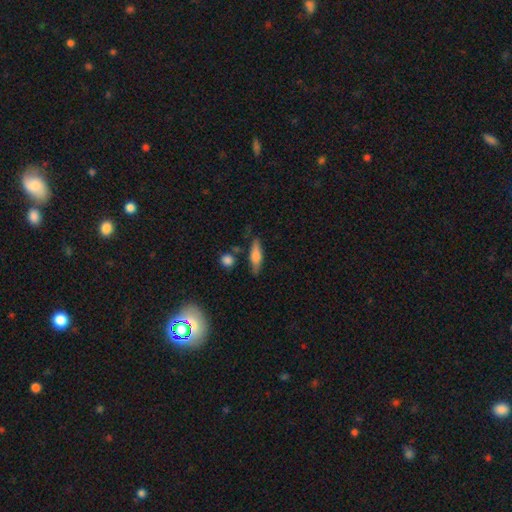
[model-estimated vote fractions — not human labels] A smooth galaxy with no disk features (64%) that is cigar-shaped (57%).

Vote fractions:
- Smooth or featured? smooth: 64% / featured or disk: 29% / star or artifact: 7%
- How rounded? cigar-shaped: 57% / in between: 40% / round: 4%
- Merging? none: 76% / minor disturbance: 15% / merger: 5% / major disturbance: 4%